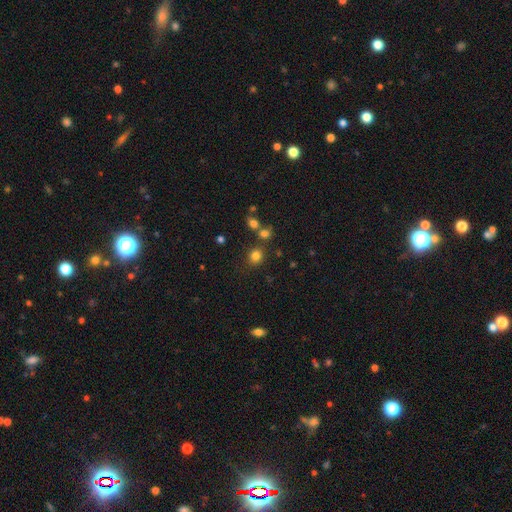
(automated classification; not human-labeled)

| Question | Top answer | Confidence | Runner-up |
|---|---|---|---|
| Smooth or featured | smooth | 79% | star or artifact (15%) |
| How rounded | round | 80% | in between (19%) |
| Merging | none | 76% | merger (11%) |